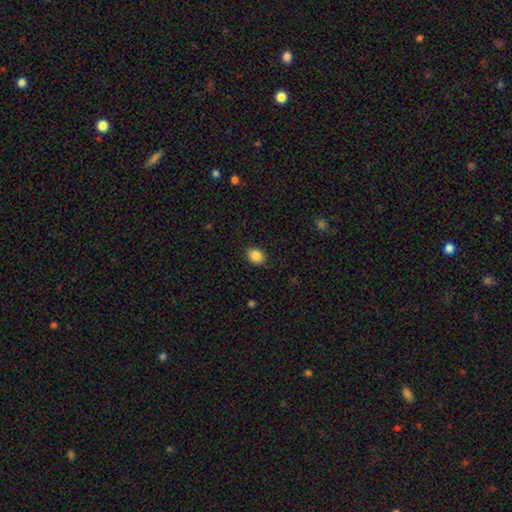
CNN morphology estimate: Smooth or featured?
  - smooth: 87% *
  - star or artifact: 9%
  - featured or disk: 4%
How rounded?
  - in between: 55% *
  - round: 44%
  - cigar-shaped: 1%
Merging?
  - none: 88% *
  - minor disturbance: 8%
  - major disturbance: 2%
  - merger: 1%